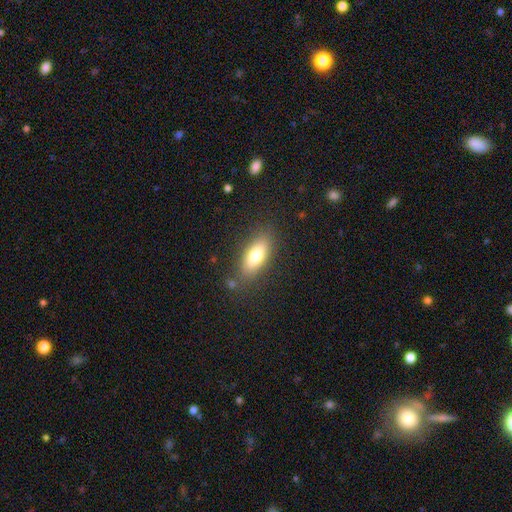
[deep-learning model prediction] This appears to be a smooth galaxy with no disk features (75%) that is in between round and cigar-shaped (77%). Merging: none (82%).